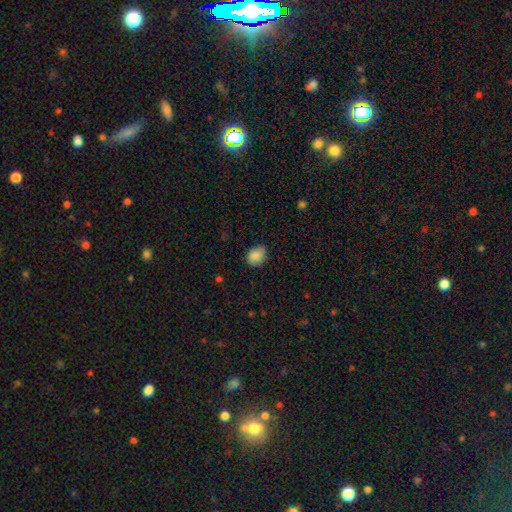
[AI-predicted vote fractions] This appears to be a smooth galaxy with no disk features (88%) that is in between round and cigar-shaped (52%). Merging: none (79%).